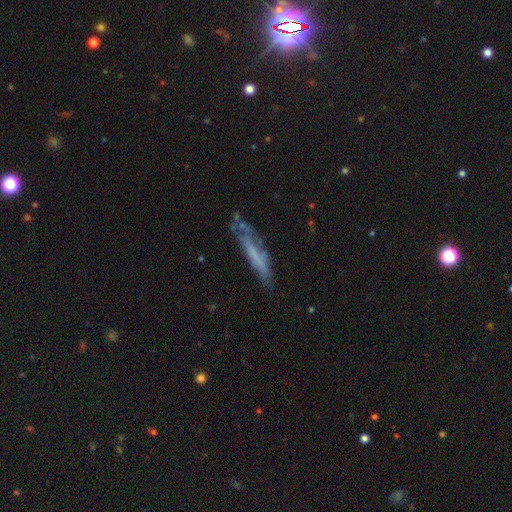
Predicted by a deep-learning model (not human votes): smooth_or_featured: featured or disk (p=0.46) [alt: smooth p=0.45]
merging: none (p=0.54) [alt: minor disturbance p=0.27]